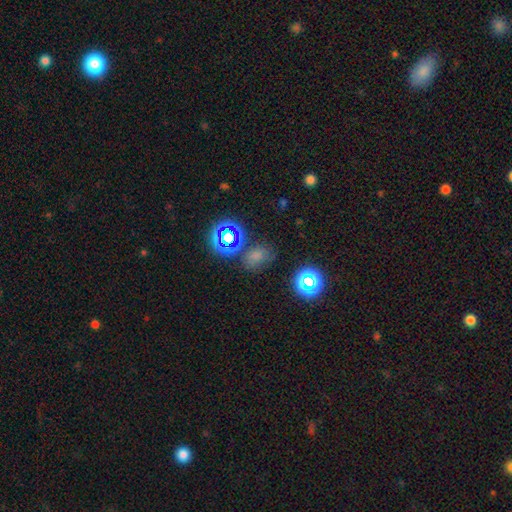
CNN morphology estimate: A smooth galaxy with no disk features (61%) that is in between round and cigar-shaped (60%). Merging: none (68%).